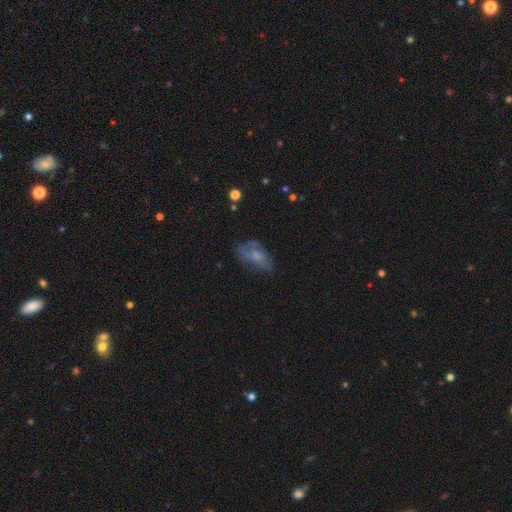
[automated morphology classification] This appears to be a smooth galaxy with no disk features (48%). Merging: none (50%).